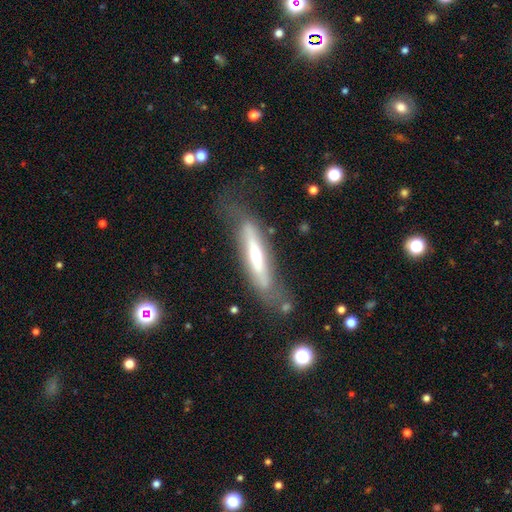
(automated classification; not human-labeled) A featured or disk galaxy (65%) viewed edge-on (69%).

Vote fractions:
- Smooth or featured? featured or disk: 65% / smooth: 28% / star or artifact: 7%
- Edge-on disk? yes: 69% / no: 31%
- Merging? none: 57% / minor disturbance: 24% / major disturbance: 14% / merger: 4%